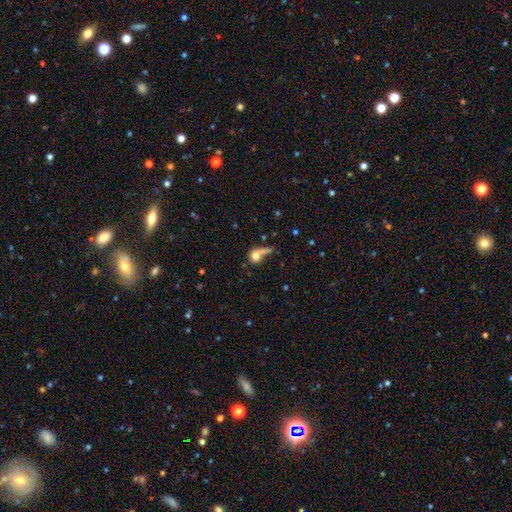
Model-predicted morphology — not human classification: The model was most divided on "merging": none: 29%, major disturbance: 27%, merger: 27%, minor disturbance: 17%. More confident: smooth or featured — smooth (69%); how rounded — round (64%).